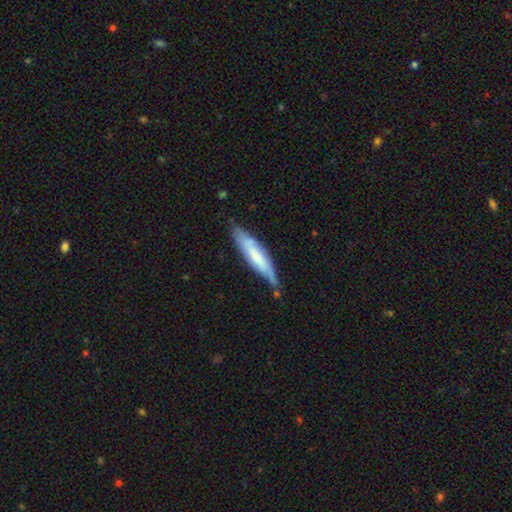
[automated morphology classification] Overall: smooth (53%; featured or disk 41%). How rounded: cigar-shaped (81%). Merging: none (63%; minor disturbance 27%).